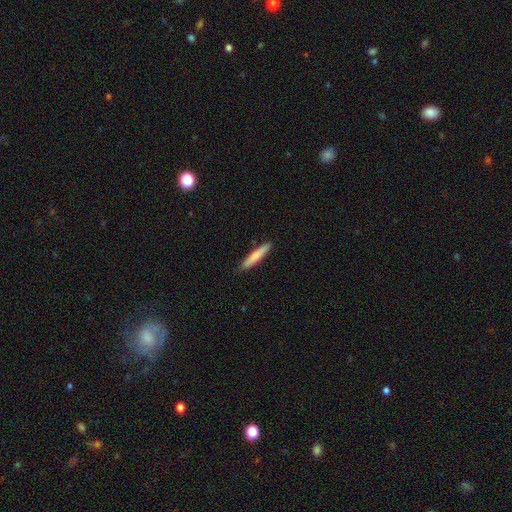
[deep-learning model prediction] smooth 76%, featured or disk 19%, star or artifact 5%. Down the decision tree: how rounded — cigar-shaped (91%); merging — none (90%).